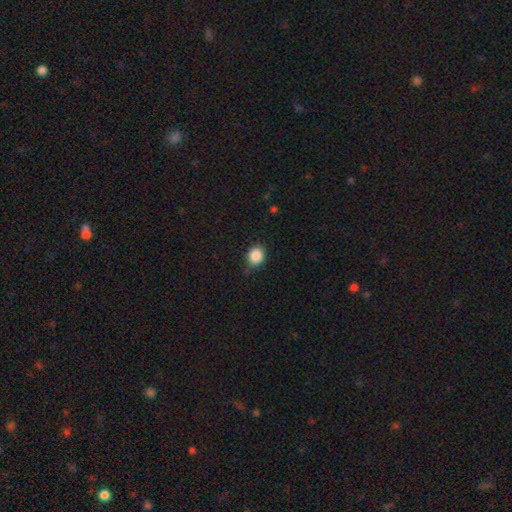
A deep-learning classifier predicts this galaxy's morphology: Overall: smooth (87%). How rounded: round (64%; in between 35%). Merging: none (83%).